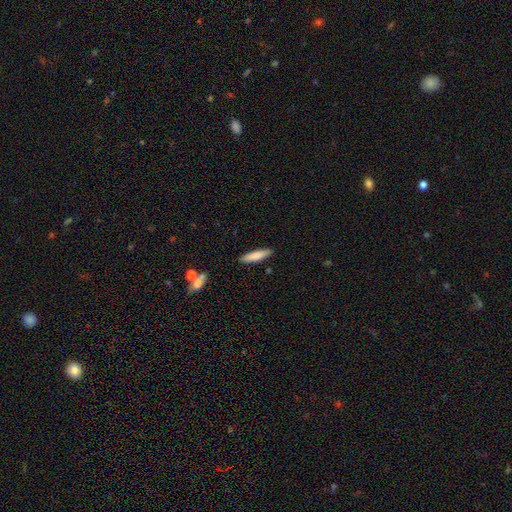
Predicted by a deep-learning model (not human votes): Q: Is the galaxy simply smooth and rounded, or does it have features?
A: smooth — 78%.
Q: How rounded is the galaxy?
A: cigar-shaped — 75%.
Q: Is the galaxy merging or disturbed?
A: none — 89%.